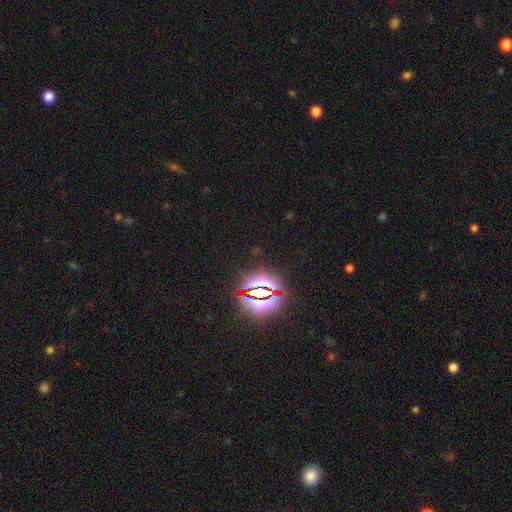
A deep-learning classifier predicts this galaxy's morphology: The model was most divided on "smooth or featured": star or artifact: 82%, smooth: 10%, featured or disk: 8%.